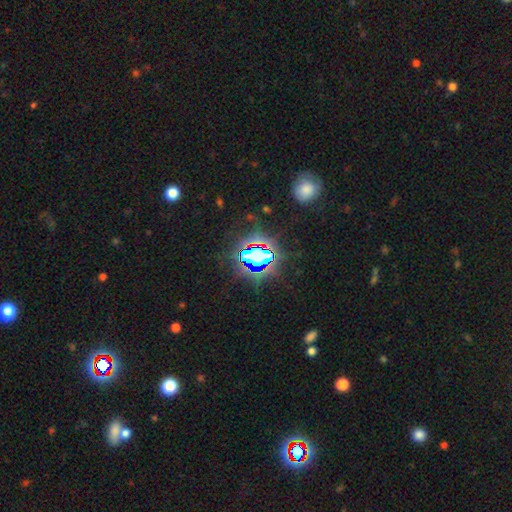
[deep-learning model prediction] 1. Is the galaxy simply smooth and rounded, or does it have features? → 74% star or artifact, 15% smooth, 12% featured or disk.